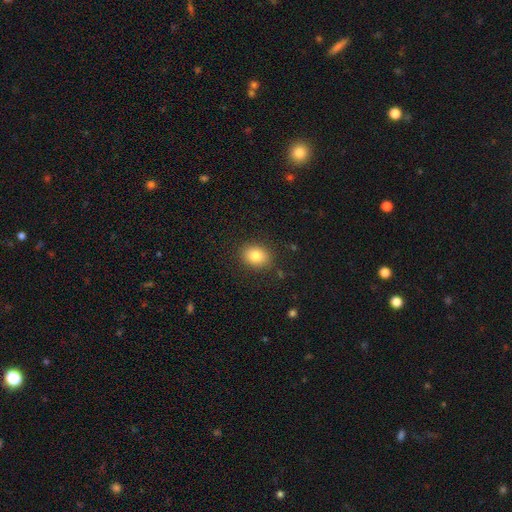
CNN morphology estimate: smooth 83%, star or artifact 9%, featured or disk 8%. Down the decision tree: how rounded — in between (53%); merging — none (87%).